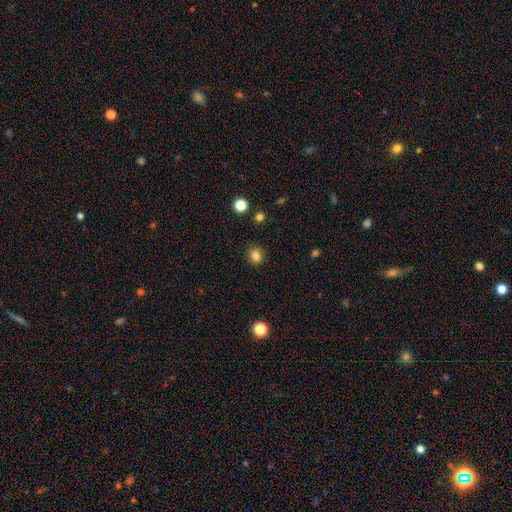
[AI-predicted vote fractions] This is clearly a smooth galaxy (83%). How rounded: likely round (74%). Merging: clearly none (88%).